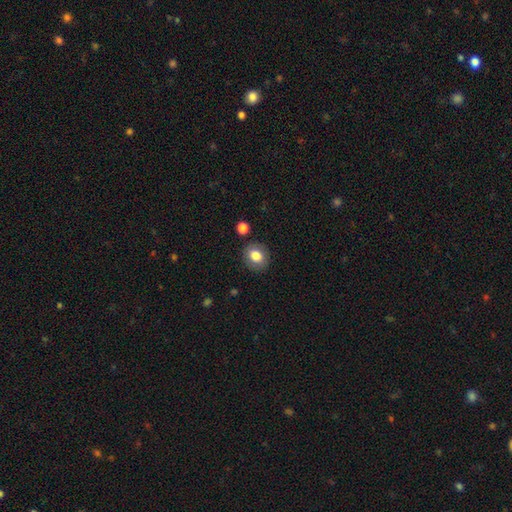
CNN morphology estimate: A smooth galaxy with no disk features (81%) that is round (67%). Merging: none (84%).